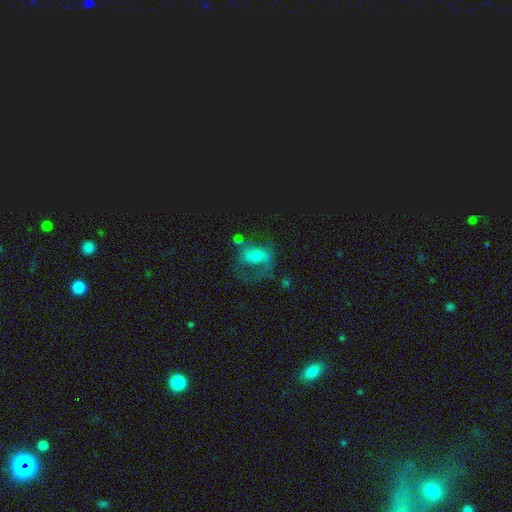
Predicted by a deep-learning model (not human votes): Smooth or featured? Predicted: featured or disk (p=0.50). Edge-on disk? Predicted: no (p=0.95). Merging? Predicted: major disturbance (p=0.39).